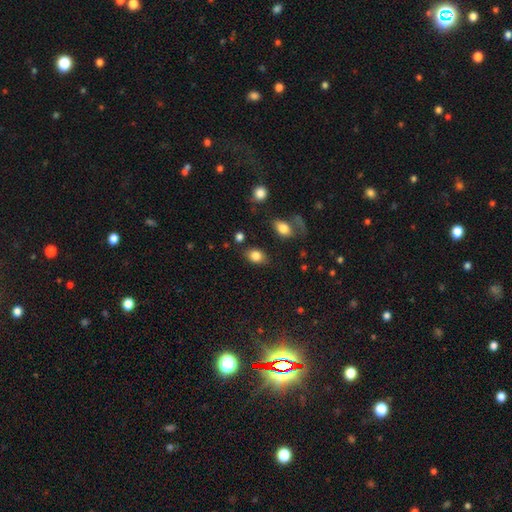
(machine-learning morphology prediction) The model was most divided on "how rounded": in between: 78%, round: 21%, cigar-shaped: 1%. More confident: smooth or featured — smooth (83%); merging — none (80%).